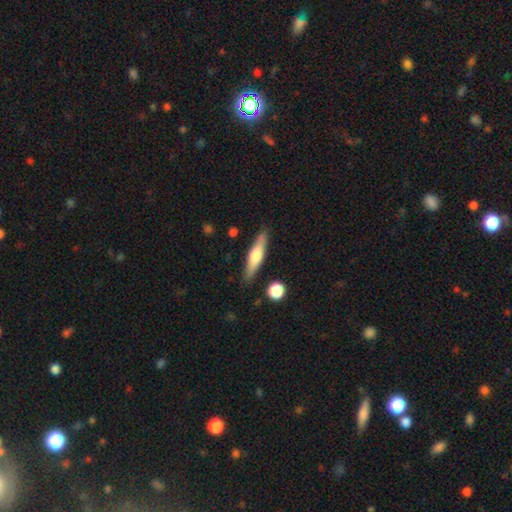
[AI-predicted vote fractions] Smooth or featured? featured or disk (47%, tied with smooth)
Merging? none (85%)